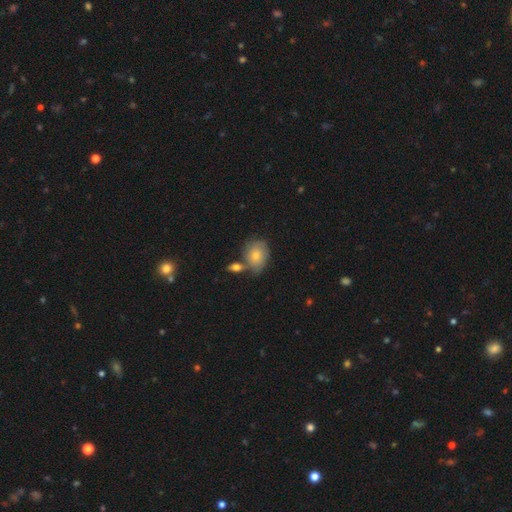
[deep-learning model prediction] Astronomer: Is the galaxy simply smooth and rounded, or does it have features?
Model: smooth — 67%.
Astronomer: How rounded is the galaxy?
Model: in between — 60% (runner-up: round, 38%).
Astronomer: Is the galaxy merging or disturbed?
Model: none — 51%.